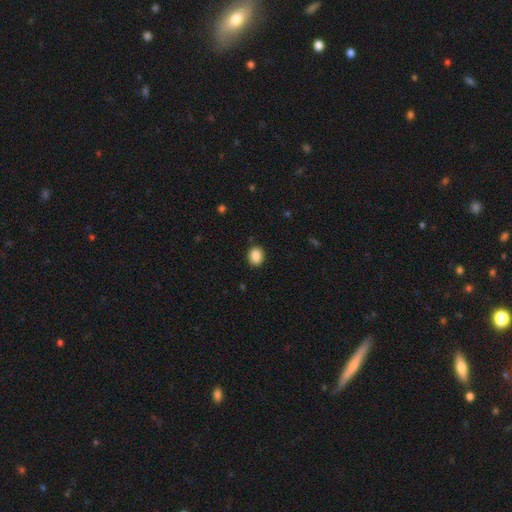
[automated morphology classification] Smooth or featured?
  - smooth: 88% *
  - star or artifact: 8%
  - featured or disk: 4%
How rounded?
  - in between: 55% *
  - round: 44%
  - cigar-shaped: 1%
Merging?
  - none: 89% *
  - minor disturbance: 8%
  - major disturbance: 2%
  - merger: 1%